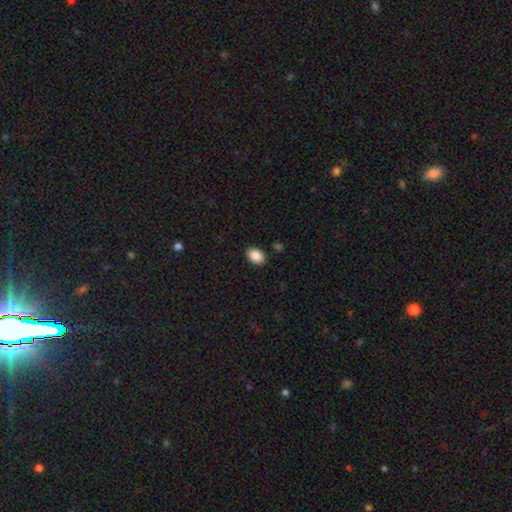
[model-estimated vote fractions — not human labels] The model was most divided on "how rounded": in between: 76%, round: 23%, cigar-shaped: 1%. More confident: smooth or featured — smooth (89%); merging — none (88%).